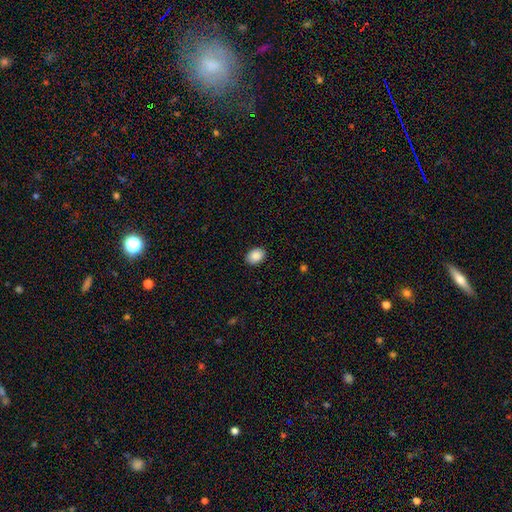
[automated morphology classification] Smooth or featured: smooth — 88% (star or artifact — 8%)
How rounded: in between — 69% (round — 30%)
Merging: none — 90% (minor disturbance — 7%)